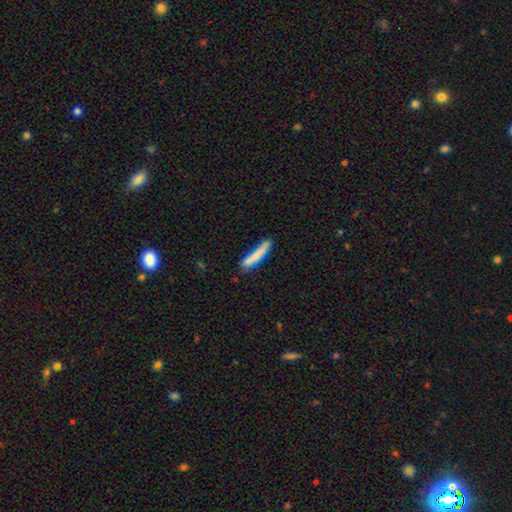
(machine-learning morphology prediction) Smooth or featured? Predicted: smooth (p=0.77). How rounded? Predicted: cigar-shaped (p=0.92). Merging? Predicted: none (p=0.69).